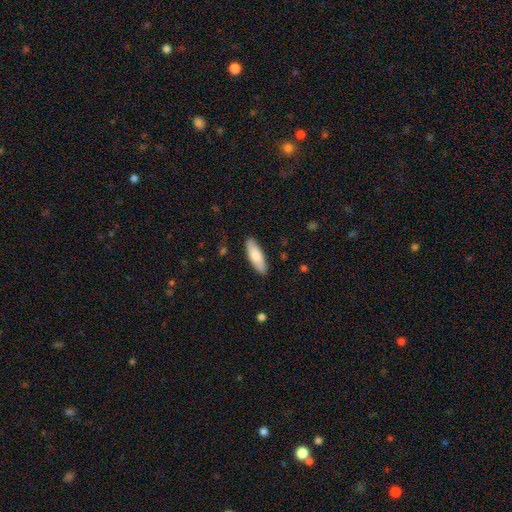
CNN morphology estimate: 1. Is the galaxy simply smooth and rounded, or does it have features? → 78% smooth, 16% featured or disk, 5% star or artifact.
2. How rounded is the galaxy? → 59% in between, 40% cigar-shaped, 2% round.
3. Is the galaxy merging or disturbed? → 87% none, 10% minor disturbance, 2% major disturbance, 1% merger.